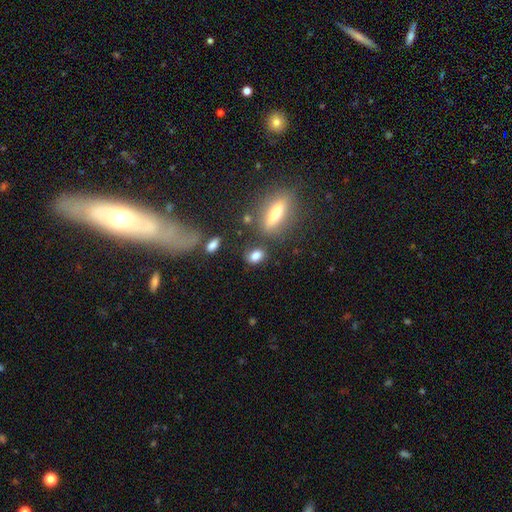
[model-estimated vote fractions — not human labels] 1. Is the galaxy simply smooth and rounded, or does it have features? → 81% smooth, 10% star or artifact, 9% featured or disk.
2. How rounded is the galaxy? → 73% in between, 21% round, 6% cigar-shaped.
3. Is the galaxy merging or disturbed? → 69% none, 15% minor disturbance, 10% merger, 6% major disturbance.